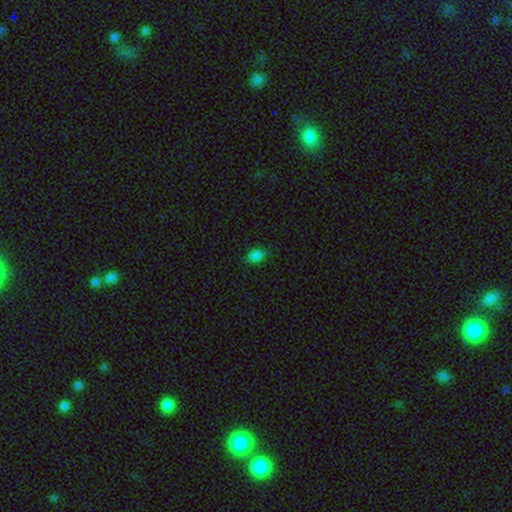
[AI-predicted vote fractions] smooth_or_featured: smooth (p=0.82) [alt: star or artifact p=0.14]
how_rounded: in between (p=0.75) [alt: round p=0.23]
merging: none (p=0.82) [alt: minor disturbance p=0.14]